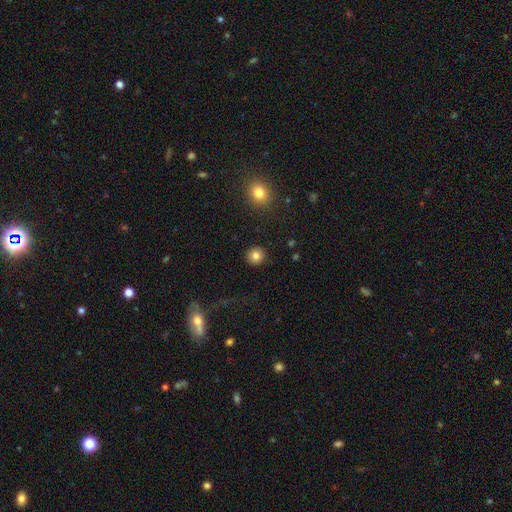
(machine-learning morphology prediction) type=smooth (83%); roundness=round (90%); merging=none (91%).